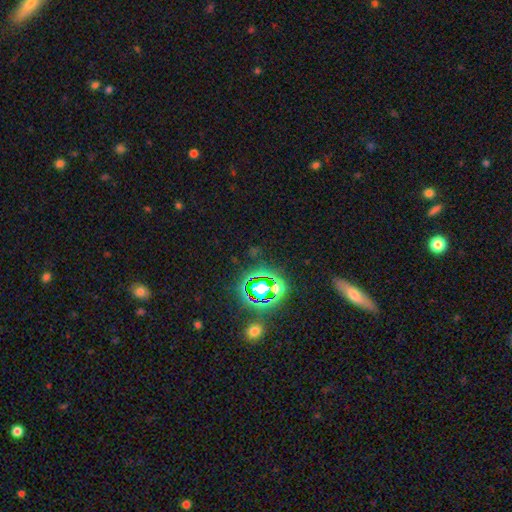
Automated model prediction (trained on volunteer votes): Smooth or featured? star or artifact (71%)